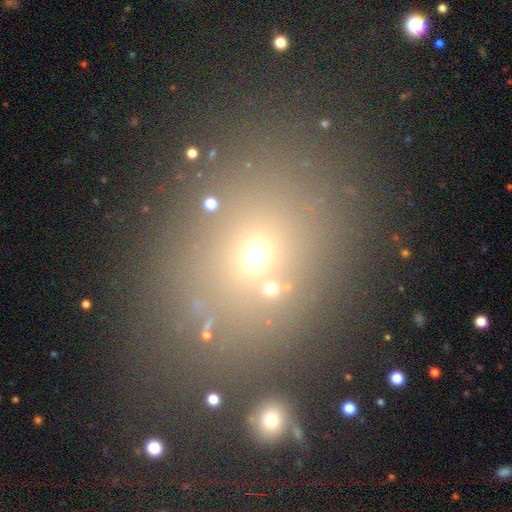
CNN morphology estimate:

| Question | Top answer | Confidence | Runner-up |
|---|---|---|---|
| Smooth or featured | smooth | 59% | star or artifact (28%) |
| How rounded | round | 51% | in between (47%) |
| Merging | none | 74% | minor disturbance (12%) |